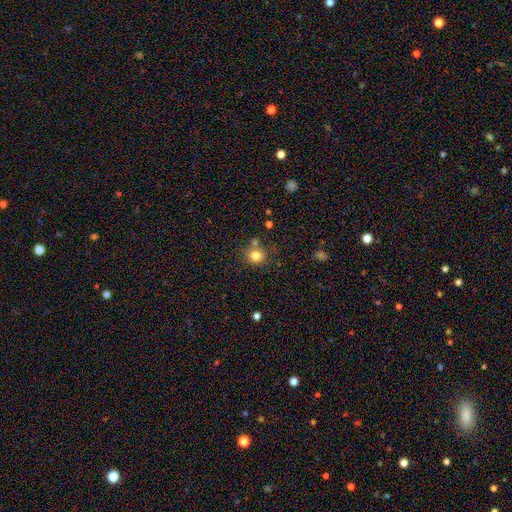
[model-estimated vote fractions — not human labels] The model was most divided on "merging": none: 72%, merger: 14%, minor disturbance: 11%, major disturbance: 3%. More confident: how rounded — round (82%); smooth or featured — smooth (81%).